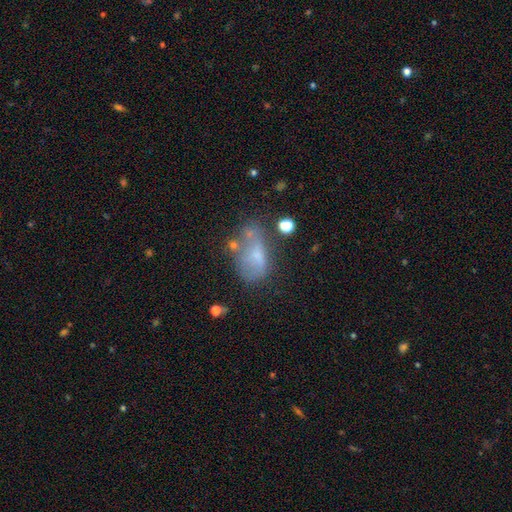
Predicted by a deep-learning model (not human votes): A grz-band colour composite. It shows a smooth galaxy with no disk features (50%). Merging: none (31%).